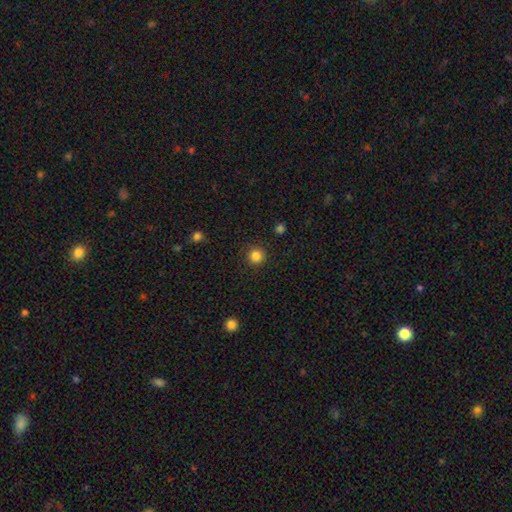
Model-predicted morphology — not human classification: Smooth or featured? Predicted: smooth (p=0.85). How rounded? Predicted: round (p=0.95). Merging? Predicted: none (p=0.92).